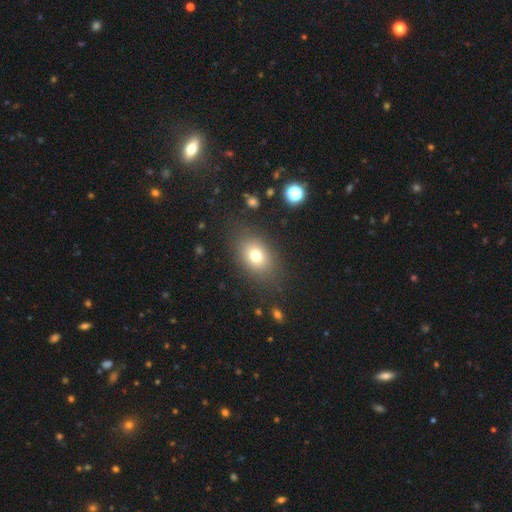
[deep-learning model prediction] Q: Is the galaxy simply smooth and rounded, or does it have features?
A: smooth — 75%.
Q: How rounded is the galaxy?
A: in between — 68%.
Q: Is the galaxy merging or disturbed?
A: none — 81%.